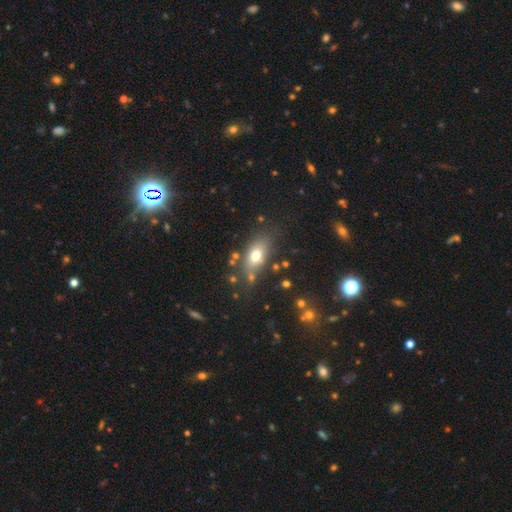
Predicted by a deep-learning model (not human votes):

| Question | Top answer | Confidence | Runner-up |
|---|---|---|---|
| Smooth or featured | smooth | 70% | featured or disk (18%) |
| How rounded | in between | 79% | round (13%) |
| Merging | none | 71% | minor disturbance (16%) |